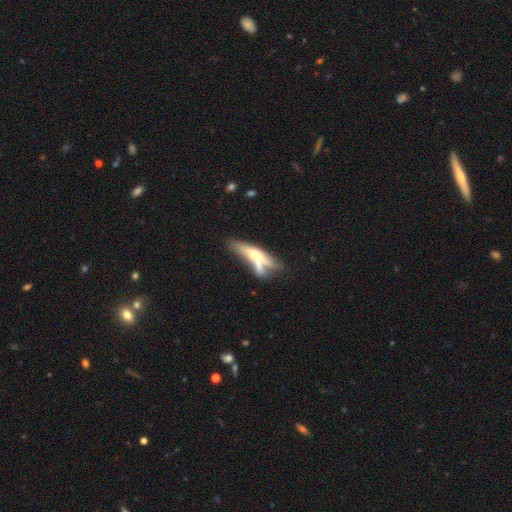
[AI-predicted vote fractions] Smooth or featured?
  - featured or disk: 48% *
  - smooth: 45%
  - star or artifact: 7%
Merging?
  - merger: 38% *
  - none: 36%
  - minor disturbance: 15%
  - major disturbance: 10%